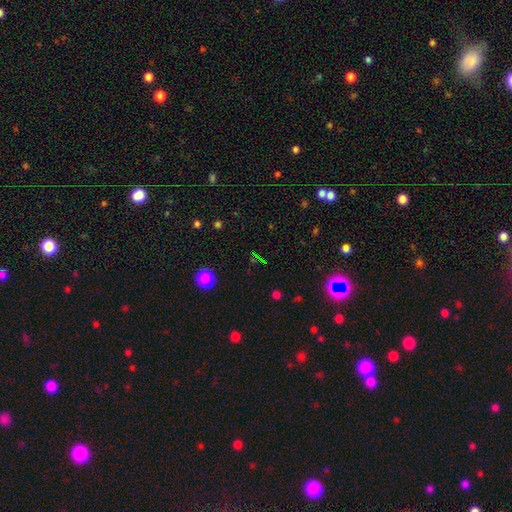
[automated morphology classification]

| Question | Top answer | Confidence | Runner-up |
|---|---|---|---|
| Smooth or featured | star or artifact | 64% | smooth (26%) |